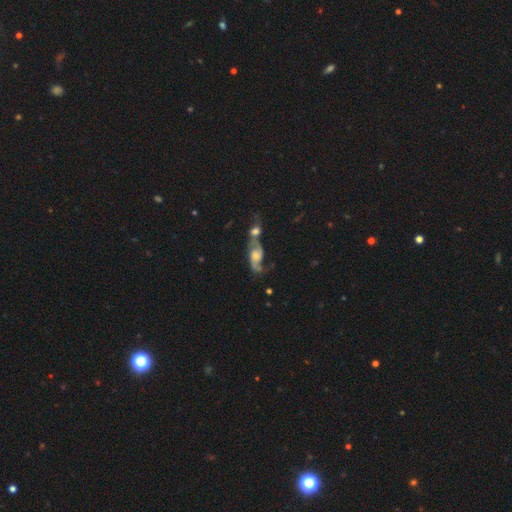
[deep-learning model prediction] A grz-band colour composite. It shows a featured or disk galaxy (77%) with no bar (62%), 2 (85%) loose (49%) spiral arms (91%) and a moderate central bulge (51%). Merging: merger (49%).